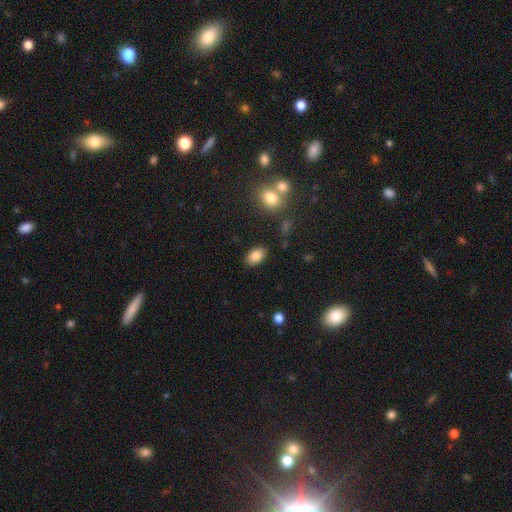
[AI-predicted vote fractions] smooth-or-featured: smooth: 84% | star or artifact: 9% | featured or disk: 7%
  how-rounded: in between: 89% | round: 9% | cigar-shaped: 1%
  merging: none: 85% | minor disturbance: 10% | major disturbance: 3% | merger: 2%